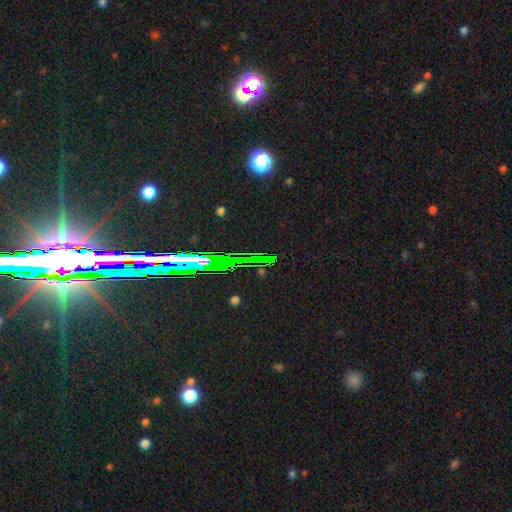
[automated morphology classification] A star or artifact, not a galaxy (75%).

Vote fractions:
- Smooth or featured? star or artifact: 75% / smooth: 15% / featured or disk: 10%